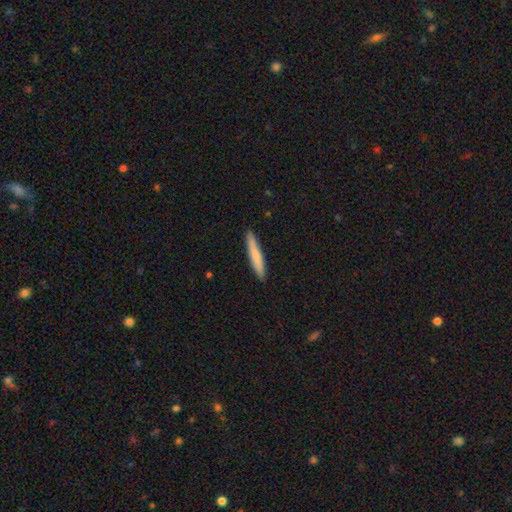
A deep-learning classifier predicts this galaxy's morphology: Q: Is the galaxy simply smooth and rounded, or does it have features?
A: smooth — 74%.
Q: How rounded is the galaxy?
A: cigar-shaped — 94%.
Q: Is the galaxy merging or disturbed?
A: none — 90%.